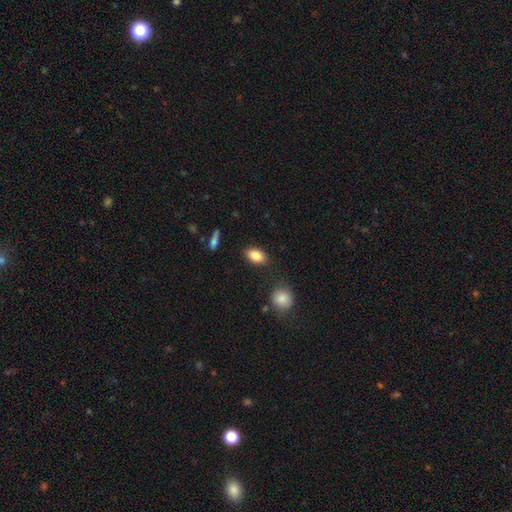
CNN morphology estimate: Smooth or featured? smooth (85%)
How rounded? in between (89%)
Merging? none (82%)